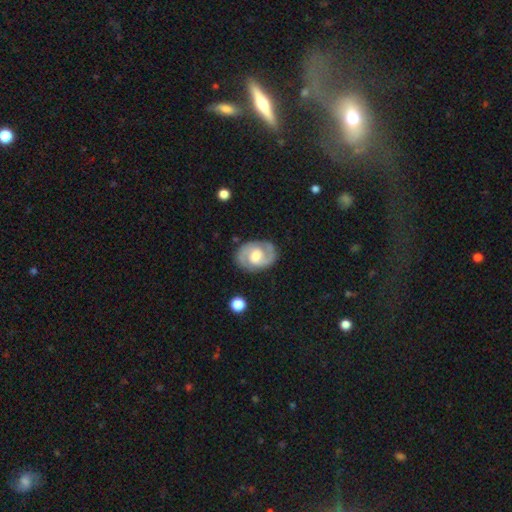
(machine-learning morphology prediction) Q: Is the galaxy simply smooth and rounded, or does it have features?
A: featured or disk — 85%.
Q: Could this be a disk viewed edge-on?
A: no — 98%.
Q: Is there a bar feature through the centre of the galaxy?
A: weak — 47%.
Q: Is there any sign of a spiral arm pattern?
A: yes — 95%.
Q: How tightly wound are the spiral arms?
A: medium — 47%.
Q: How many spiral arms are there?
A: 2 — 91%.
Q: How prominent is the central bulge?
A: moderate — 61%.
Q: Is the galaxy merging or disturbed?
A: none — 84%.